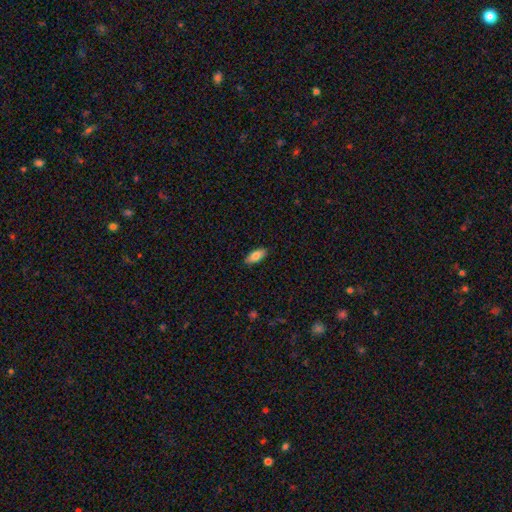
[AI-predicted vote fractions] smooth_or_featured: smooth (p=0.81) [alt: featured or disk p=0.12]
how_rounded: in between (p=0.82) [alt: cigar-shaped p=0.16]
merging: none (p=0.89) [alt: minor disturbance p=0.09]